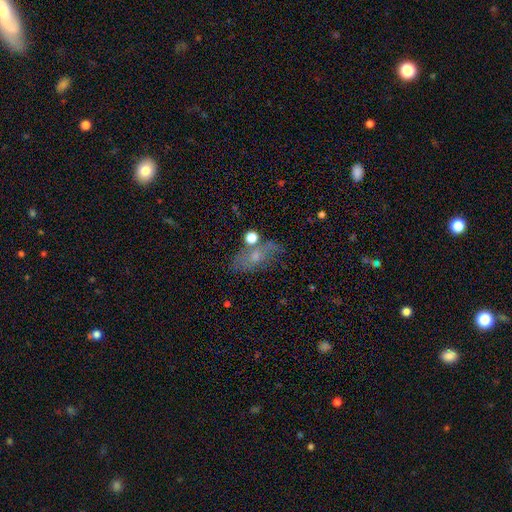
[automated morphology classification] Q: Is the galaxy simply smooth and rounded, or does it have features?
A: smooth — 51%.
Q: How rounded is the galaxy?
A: in between — 79%.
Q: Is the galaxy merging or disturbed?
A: none — 57%.